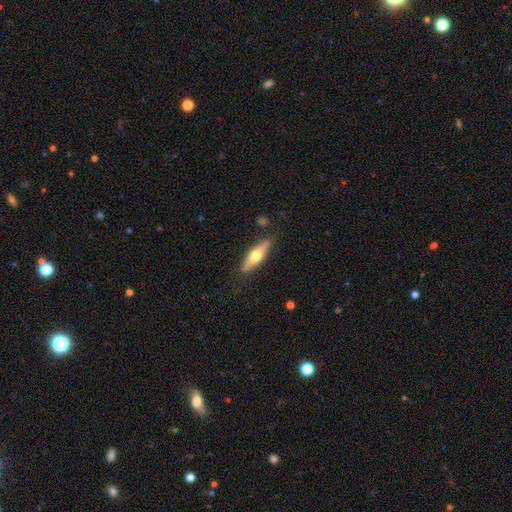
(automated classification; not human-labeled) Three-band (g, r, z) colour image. It shows a smooth galaxy with no disk features (48%). Merging: none (85%).